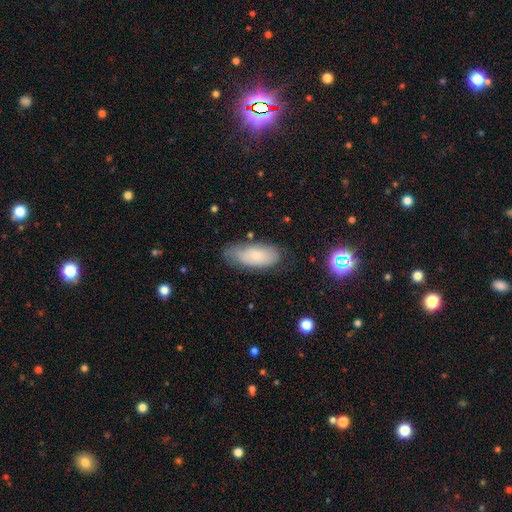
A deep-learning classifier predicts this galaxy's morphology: smooth-or-featured: smooth: 65% | featured or disk: 27% | star or artifact: 8%
  how-rounded: in between: 87% | cigar-shaped: 10% | round: 3%
  merging: none: 65% | minor disturbance: 26% | major disturbance: 7% | merger: 2%